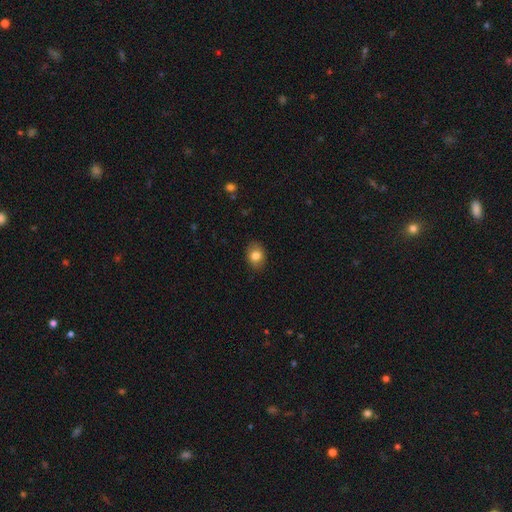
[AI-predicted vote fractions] This appears to be a smooth galaxy with no disk features (81%) that is in between round and cigar-shaped (60%). Merging: none (87%).